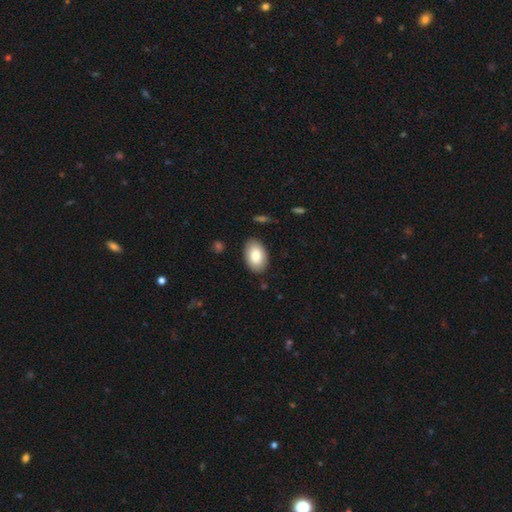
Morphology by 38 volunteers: Smooth or featured? 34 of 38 (89%) said smooth. How rounded? 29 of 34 (85%) said in between. Merging? 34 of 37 (92%) said none.